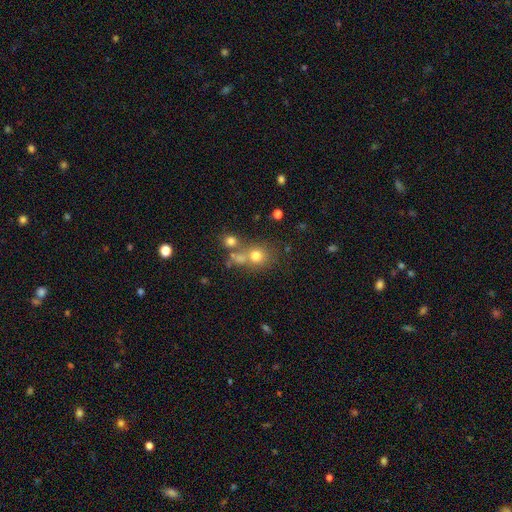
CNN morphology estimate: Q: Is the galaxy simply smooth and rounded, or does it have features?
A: smooth — 71%.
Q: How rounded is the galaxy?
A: round — 83%.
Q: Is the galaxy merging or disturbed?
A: none — 54%.